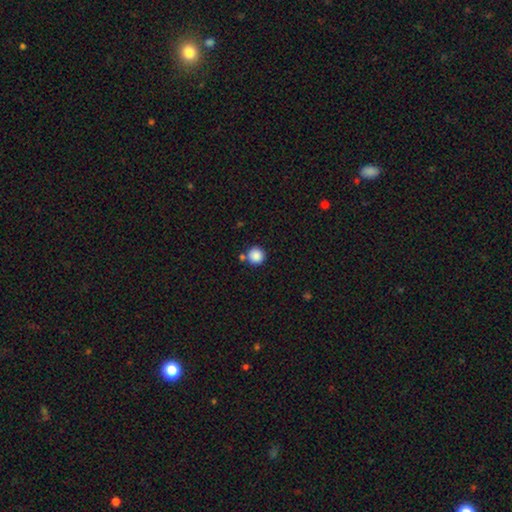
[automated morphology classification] smooth_or_featured: smooth (p=0.87) [alt: star or artifact p=0.09]
how_rounded: round (p=0.95) [alt: in between p=0.04]
merging: none (p=0.78) [alt: merger p=0.11]